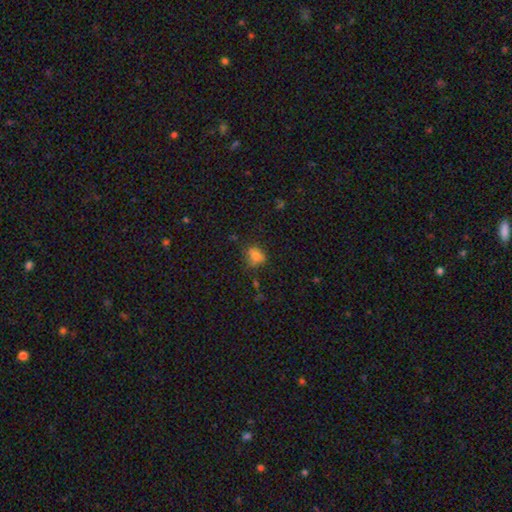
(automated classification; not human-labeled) A smooth galaxy with no disk features (74%) that is round (57%).

Vote fractions:
- Smooth or featured? smooth: 74% / star or artifact: 15% / featured or disk: 11%
- How rounded? round: 57% / in between: 41% / cigar-shaped: 1%
- Merging? none: 61% / minor disturbance: 25% / major disturbance: 10% / merger: 5%